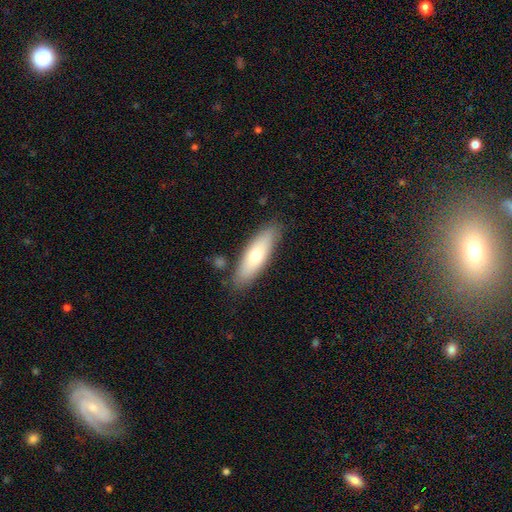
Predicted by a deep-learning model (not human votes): Smooth or featured: smooth — 63% (featured or disk — 31%)
How rounded: cigar-shaped — 50% (in between — 48%)
Merging: none — 84% (minor disturbance — 11%)